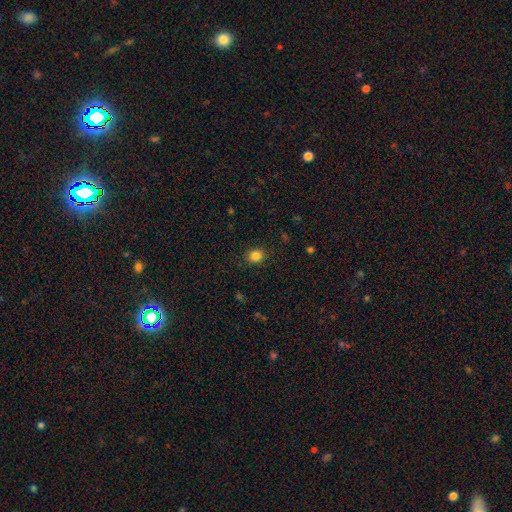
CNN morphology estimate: type=smooth (84%); roundness=round (66%); merging=none (88%).